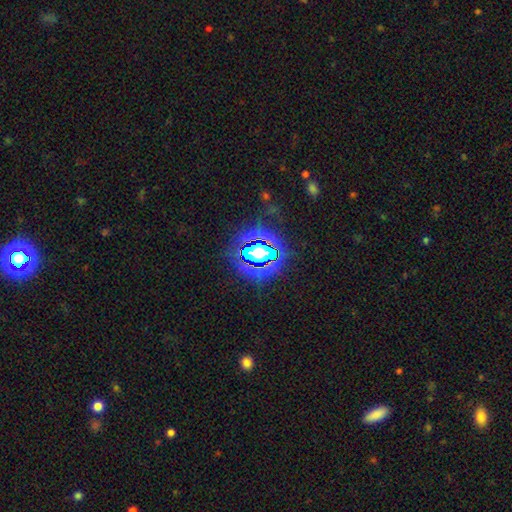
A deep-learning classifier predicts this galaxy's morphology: Smooth or featured? Predicted: star or artifact (p=0.80).